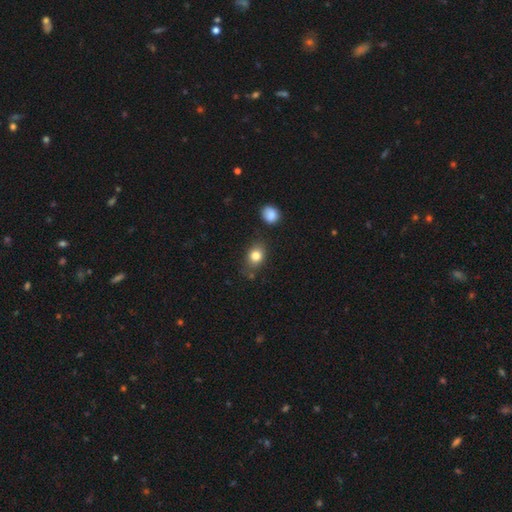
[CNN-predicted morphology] Smooth or featured?
  - smooth: 81% *
  - star or artifact: 10%
  - featured or disk: 9%
How rounded?
  - in between: 57% *
  - round: 42%
  - cigar-shaped: 1%
Merging?
  - none: 74% *
  - minor disturbance: 17%
  - merger: 5%
  - major disturbance: 4%